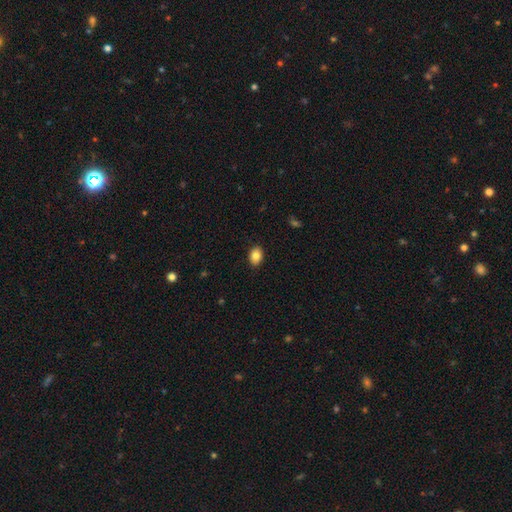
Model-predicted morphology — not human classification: This appears to be a smooth galaxy with no disk features (85%) that is in between round and cigar-shaped (78%). Merging: none (89%).